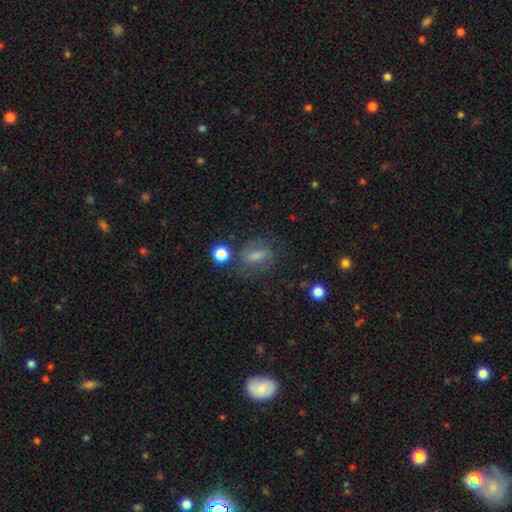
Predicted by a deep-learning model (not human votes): The model was most divided on "smooth or featured": smooth: 45%, featured or disk: 37%, star or artifact: 18%. More confident: merging — none (69%).